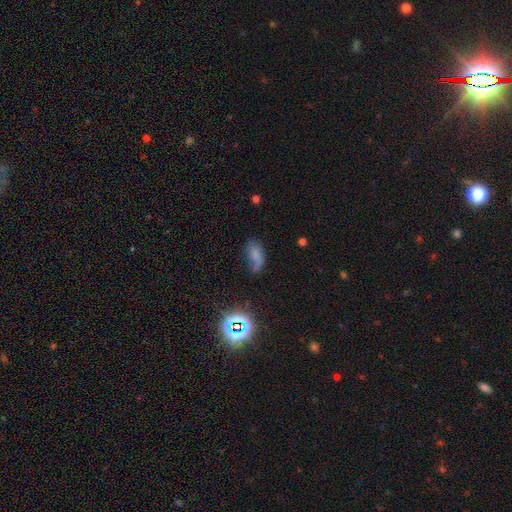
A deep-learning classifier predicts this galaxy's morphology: Smooth or featured: smooth — 57% (featured or disk — 26%)
How rounded: in between — 87% (round — 7%)
Merging: none — 38% (minor disturbance — 30%)